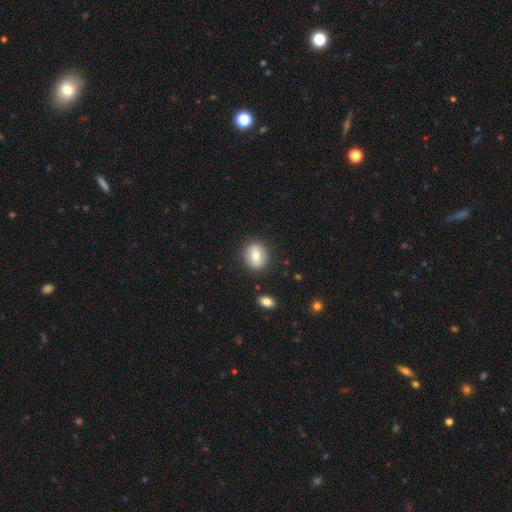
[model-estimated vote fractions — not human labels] Overall: smooth (68%). How rounded: round (67%; in between 32%). Merging: none (86%).